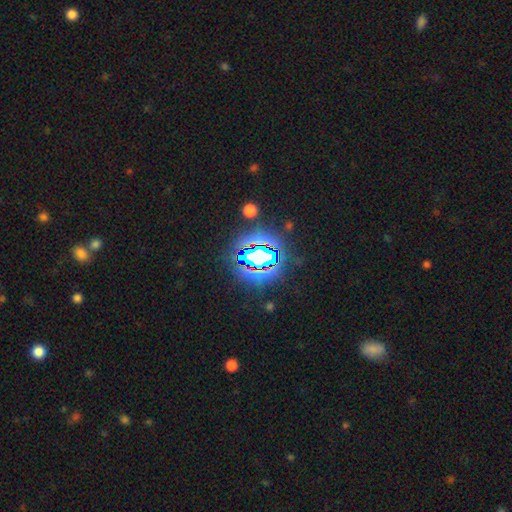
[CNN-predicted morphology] A star or artifact, not a galaxy (81%).

Vote fractions:
- Smooth or featured? star or artifact: 81% / smooth: 11% / featured or disk: 8%